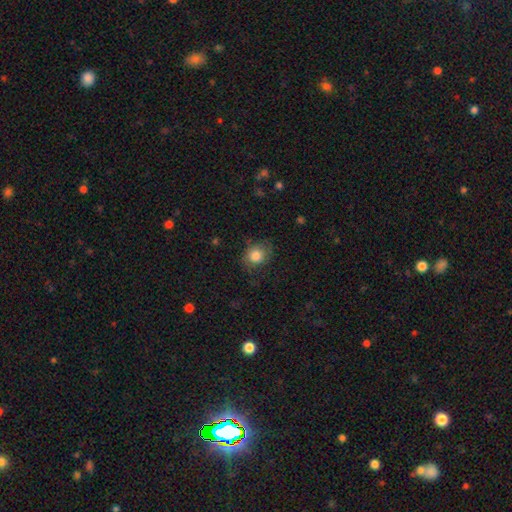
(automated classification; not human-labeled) Overall: smooth (81%). How rounded: round (69%; in between 30%). Merging: none (70%).